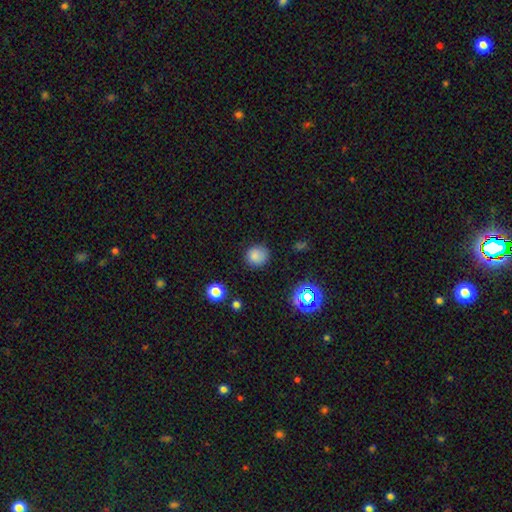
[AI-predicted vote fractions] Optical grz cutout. It shows a smooth galaxy with no disk features (79%) that is round (86%). Merging: none (80%).